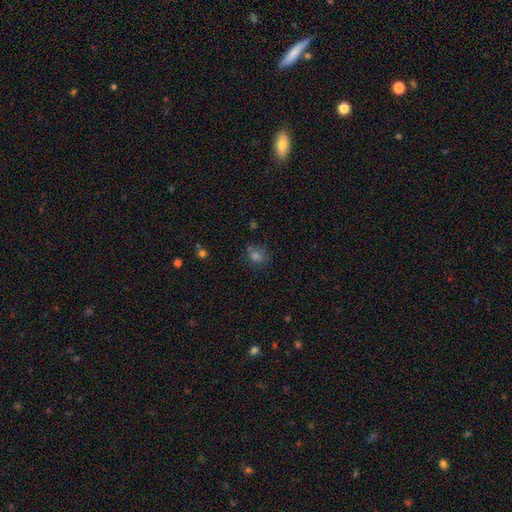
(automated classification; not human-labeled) Smooth or featured? Predicted: smooth (p=0.66). How rounded? Predicted: round (p=0.60). Merging? Predicted: none (p=0.72).